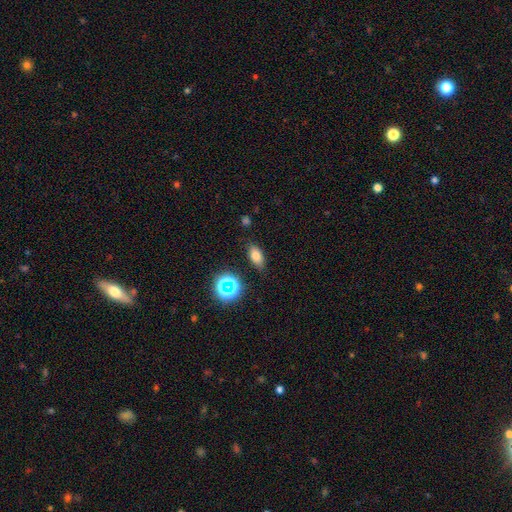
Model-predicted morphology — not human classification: This is likely a smooth galaxy (74%). How rounded: clearly in between (83%). Merging: clearly none (82%).